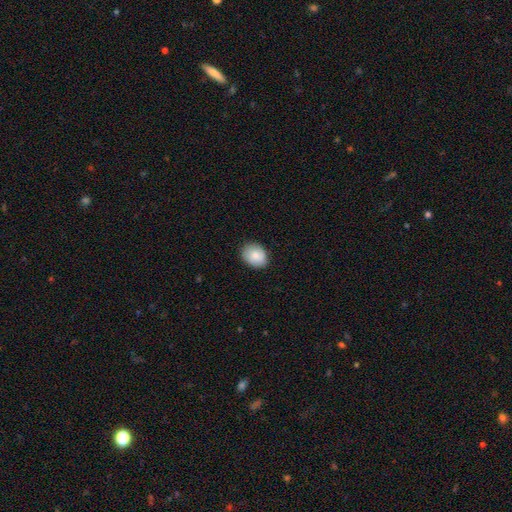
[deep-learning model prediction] Smooth or featured: smooth — 83% (featured or disk — 10%)
How rounded: in between — 55% (round — 45%)
Merging: none — 85% (minor disturbance — 12%)